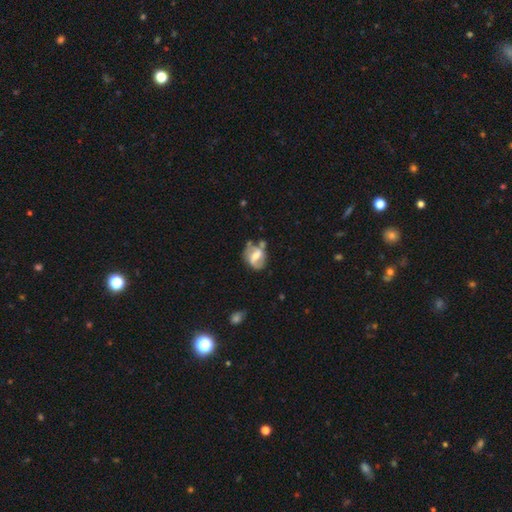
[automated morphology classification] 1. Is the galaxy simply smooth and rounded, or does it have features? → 61% featured or disk, 32% smooth, 8% star or artifact.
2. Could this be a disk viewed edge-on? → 96% no, 4% yes.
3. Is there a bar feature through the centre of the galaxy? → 41% weak, 35% strong, 24% no.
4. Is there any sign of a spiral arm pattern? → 66% yes, 34% no.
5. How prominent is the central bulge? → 44% moderate, 25% small, 16% large, 13% none, 2% dominant.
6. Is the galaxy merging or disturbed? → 47% none, 25% minor disturbance, 15% major disturbance, 13% merger.